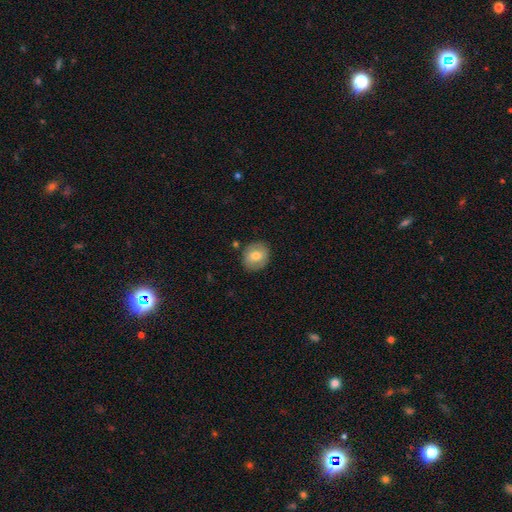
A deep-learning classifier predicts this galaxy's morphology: type=smooth (68%); roundness=round (66%); merging=none (83%).